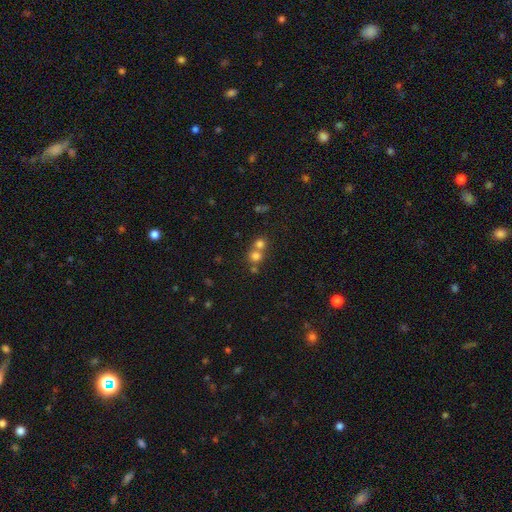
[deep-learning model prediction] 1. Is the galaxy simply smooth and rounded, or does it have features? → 72% smooth, 16% star or artifact, 12% featured or disk.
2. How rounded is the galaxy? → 86% round, 13% in between, 1% cigar-shaped.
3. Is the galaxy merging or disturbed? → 53% merger, 40% none, 5% minor disturbance, 2% major disturbance.